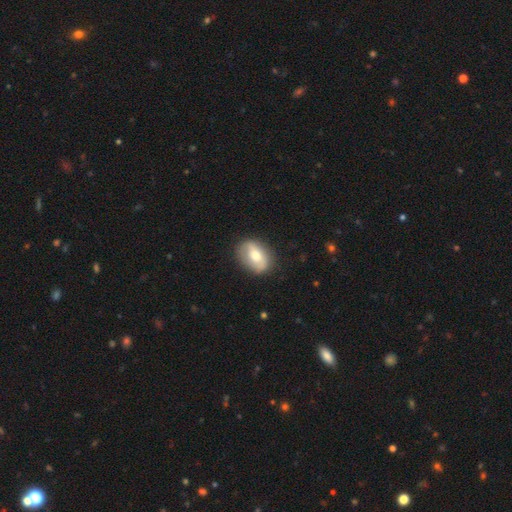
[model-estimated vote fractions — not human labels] A smooth galaxy with no disk features (57%) that is in between round and cigar-shaped (80%).

Vote fractions:
- Smooth or featured? smooth: 57% / featured or disk: 37% / star or artifact: 7%
- How rounded? in between: 80% / round: 18% / cigar-shaped: 2%
- Merging? none: 79% / minor disturbance: 15% / major disturbance: 4% / merger: 1%